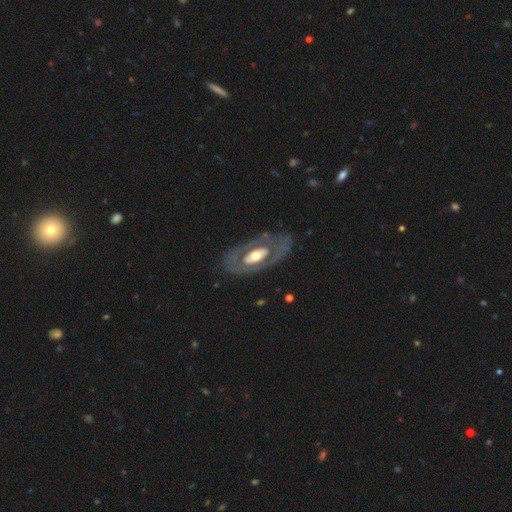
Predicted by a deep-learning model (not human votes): Morphology: type=featured or disk (71%); edge-on=no (89%); bar=no (72%); spiral arms=no (73%); bulge=moderate (59%); merging=none (75%).